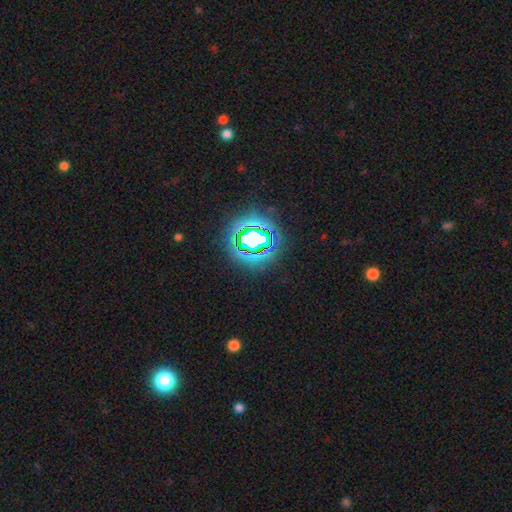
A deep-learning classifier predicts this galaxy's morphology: Overall: star or artifact (83%).